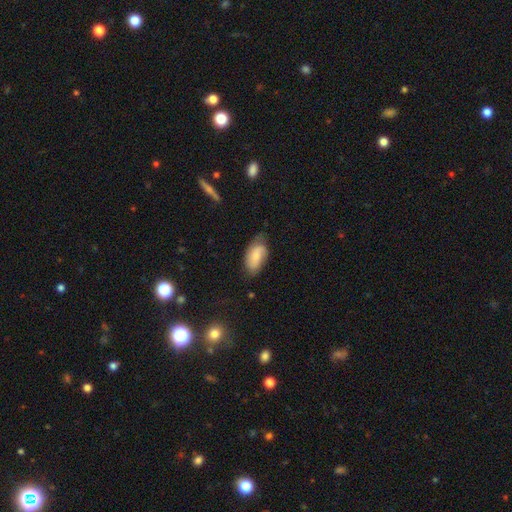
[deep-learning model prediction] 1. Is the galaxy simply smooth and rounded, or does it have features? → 65% smooth, 28% featured or disk, 7% star or artifact.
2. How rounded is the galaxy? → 93% in between, 4% cigar-shaped, 3% round.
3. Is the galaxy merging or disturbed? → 58% none, 31% minor disturbance, 9% major disturbance, 2% merger.